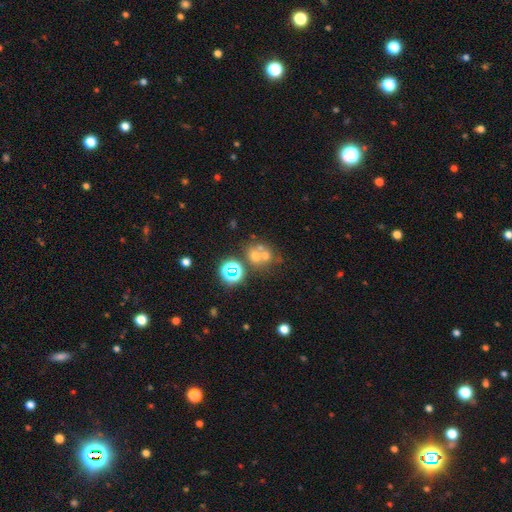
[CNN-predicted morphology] Smooth or featured: smooth — 52% (star or artifact — 28%)
How rounded: round — 78% (in between — 21%)
Merging: merger — 48% (none — 40%)